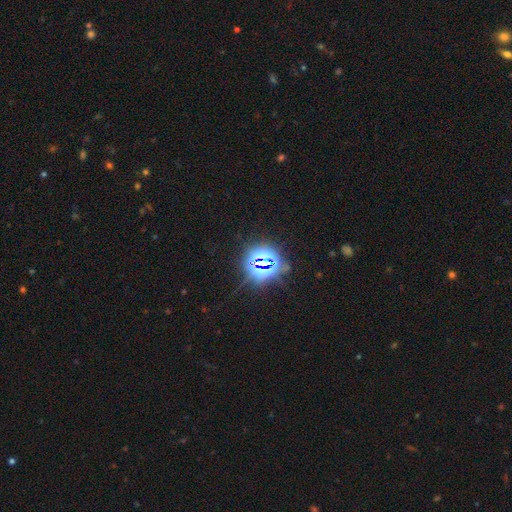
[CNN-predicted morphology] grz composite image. It shows a star or artifact, not a galaxy (80%).